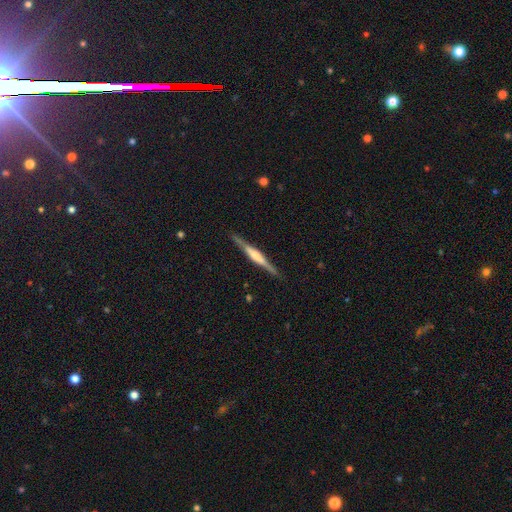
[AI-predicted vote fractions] Smooth or featured? Predicted: featured or disk (p=0.76). Edge-on disk? Predicted: yes (p=0.98). Edge-on bulge? Predicted: rounded (p=0.46). Merging? Predicted: none (p=0.90).